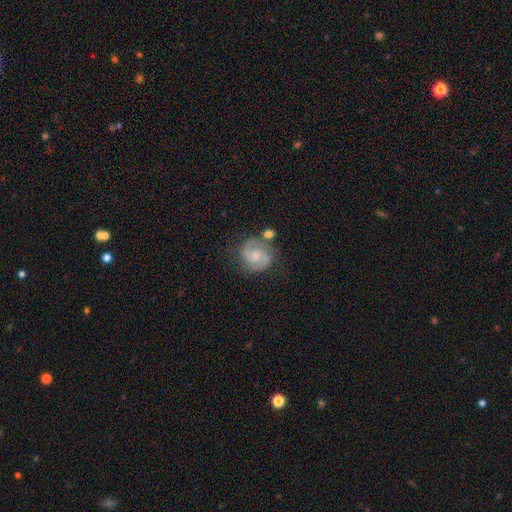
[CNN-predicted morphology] smooth-or-featured: featured or disk: 78% | smooth: 15% | star or artifact: 7%
  disk-edge-on: no: 98% | yes: 2%
    bar: no: 54% | weak: 39% | strong: 7%
    has-spiral-arms: yes: 96% | no: 4%
      spiral-winding: medium: 49% | tight: 40% | loose: 11%
      spiral-arm-count: 2: 89% | can't tell: 5% | 3: 2% | 1: 2% | 4: 1% | more than 4: 1%
    bulge-size: small: 41% | moderate: 36% | none: 18% | large: 4% | dominant: 1%
  merging: none: 70% | minor disturbance: 16% | merger: 9% | major disturbance: 5%